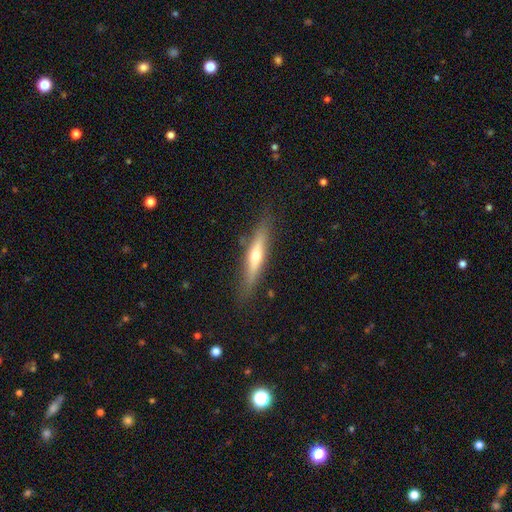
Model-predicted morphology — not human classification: A featured or disk galaxy (57%) viewed edge-on (91%) with a rounded central bulge (87%).

Vote fractions:
- Smooth or featured? featured or disk: 57% / smooth: 36% / star or artifact: 7%
- Edge-on disk? yes: 91% / no: 9%
- Edge-on bulge? rounded: 87% / none: 10% / boxy: 3%
- Merging? none: 85% / minor disturbance: 11% / major disturbance: 3% / merger: 2%